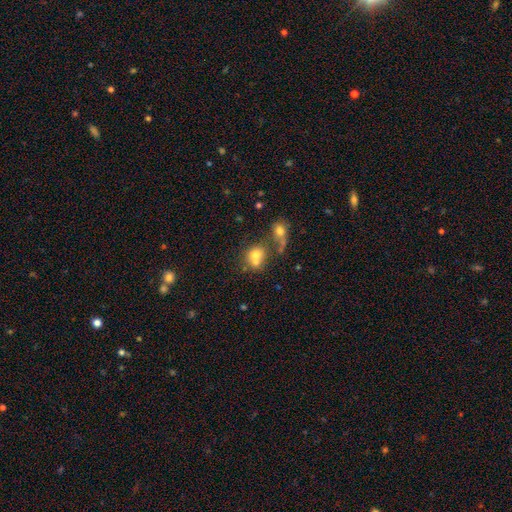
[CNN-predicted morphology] This appears to be a smooth galaxy with no disk features (71%) that is round (67%). Merging: merger (53%).